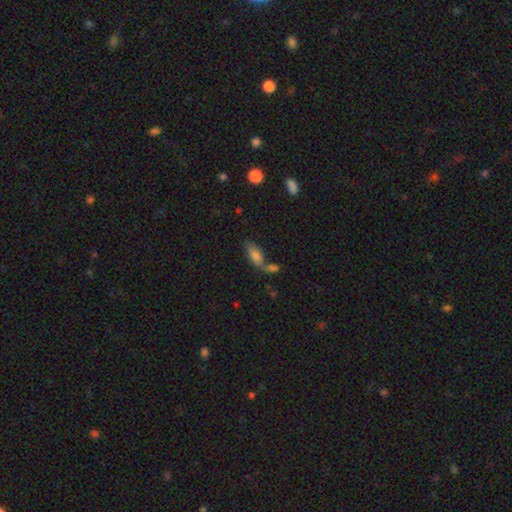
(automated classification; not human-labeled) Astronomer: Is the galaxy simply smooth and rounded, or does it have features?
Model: smooth — 74%.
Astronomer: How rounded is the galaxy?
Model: in between — 78%.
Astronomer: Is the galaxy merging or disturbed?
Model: merger — 42% (runner-up: none, 38%).